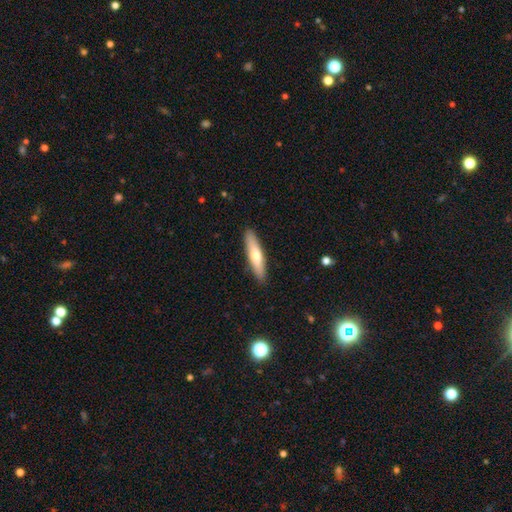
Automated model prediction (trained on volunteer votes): Morphology: type=smooth (60%); roundness=cigar-shaped (81%); merging=none (90%).